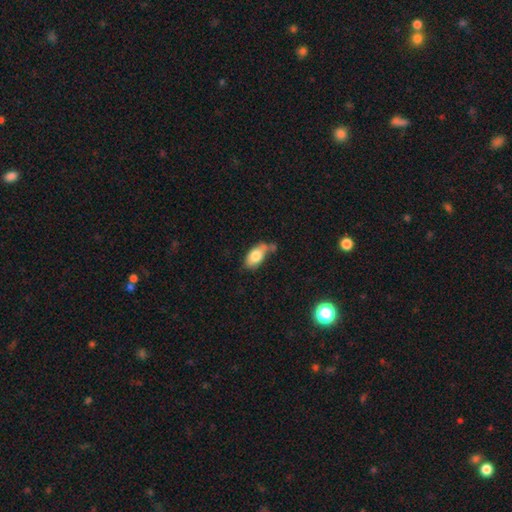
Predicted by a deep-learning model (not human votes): This is likely a smooth galaxy (77%). How rounded: clearly in between (90%). Merging: marginally none (42%).